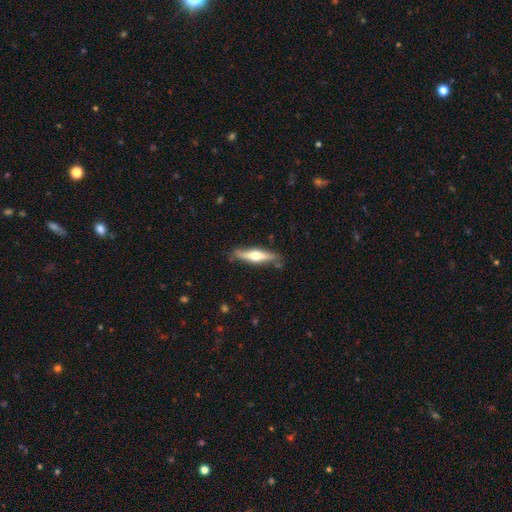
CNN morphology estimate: Smooth or featured? featured or disk (58%)
Edge-on disk? yes (94%)
Edge-on bulge? rounded (94%)
Merging? none (82%)